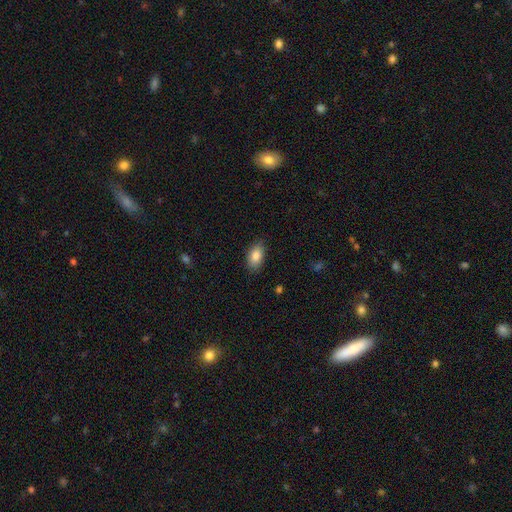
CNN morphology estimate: smooth_or_featured: smooth (p=0.85) [alt: featured or disk p=0.08]
how_rounded: in between (p=0.91) [alt: round p=0.06]
merging: none (p=0.82) [alt: minor disturbance p=0.14]